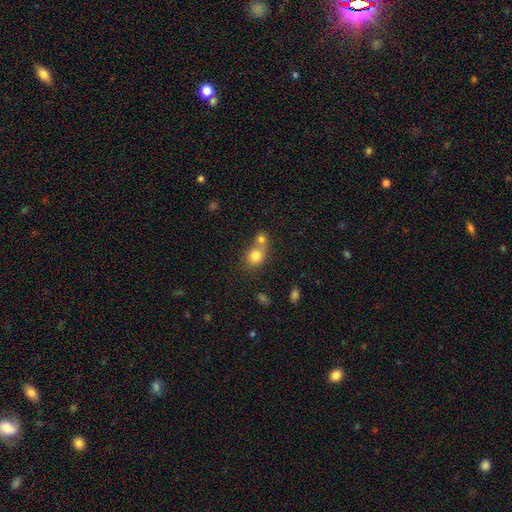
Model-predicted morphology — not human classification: This appears to be a smooth galaxy with no disk features (79%) that is round (62%). Merging: merger (55%).